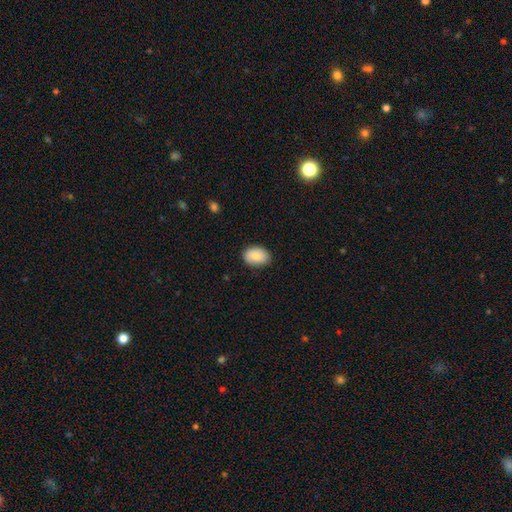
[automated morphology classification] Smooth or featured?
  - smooth: 86% *
  - featured or disk: 7%
  - star or artifact: 7%
How rounded?
  - in between: 83% *
  - round: 16%
  - cigar-shaped: 1%
Merging?
  - none: 83% *
  - minor disturbance: 13%
  - major disturbance: 2%
  - merger: 1%